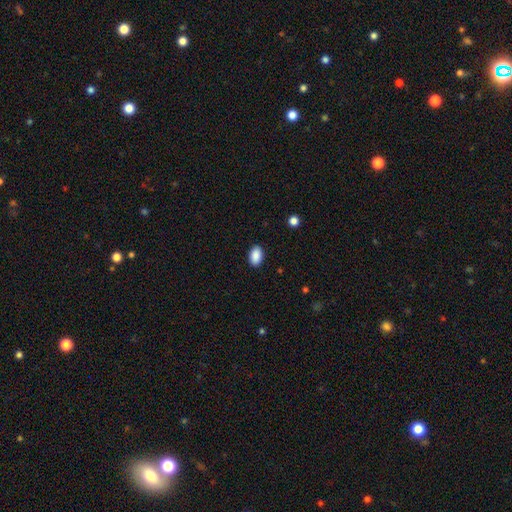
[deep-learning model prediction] Smooth or featured? smooth (90%)
How rounded? in between (92%)
Merging? none (89%)